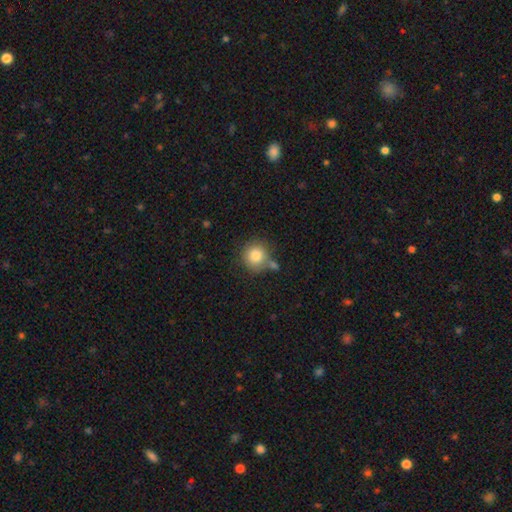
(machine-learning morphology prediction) smooth 83%, star or artifact 9%, featured or disk 8%. Down the decision tree: how rounded — round (91%); merging — none (64%).